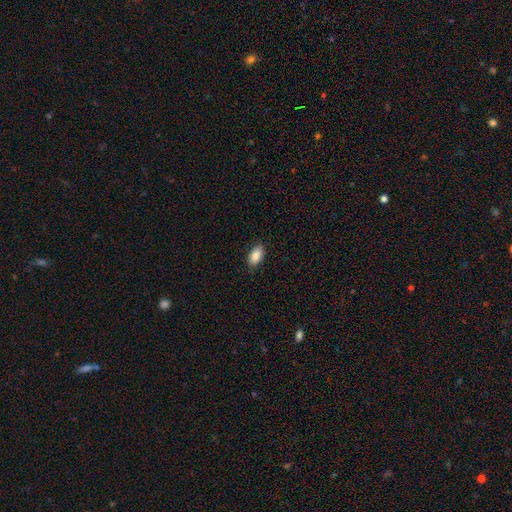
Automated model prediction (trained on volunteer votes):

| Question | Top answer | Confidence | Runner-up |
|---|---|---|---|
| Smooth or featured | smooth | 88% | star or artifact (7%) |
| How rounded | in between | 93% | round (4%) |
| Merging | none | 88% | minor disturbance (9%) |